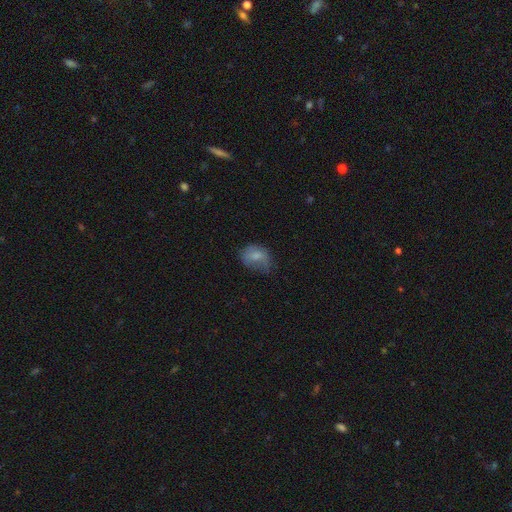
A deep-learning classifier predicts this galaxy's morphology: This appears to be a smooth galaxy with no disk features (73%) that is in between round and cigar-shaped (65%). Merging: none (40%).